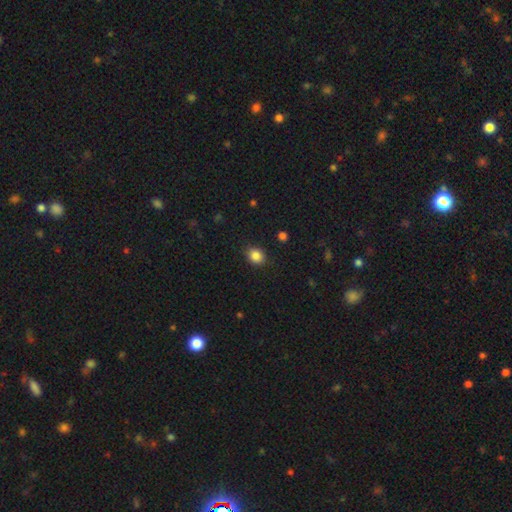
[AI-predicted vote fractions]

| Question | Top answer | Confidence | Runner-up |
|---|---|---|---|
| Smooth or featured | smooth | 86% | star or artifact (10%) |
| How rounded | round | 57% | in between (42%) |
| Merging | none | 88% | minor disturbance (9%) |